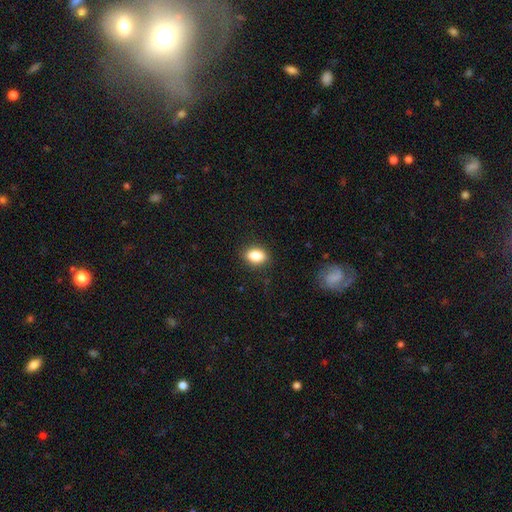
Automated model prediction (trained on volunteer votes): Smooth or featured: smooth — 84% (star or artifact — 9%)
How rounded: in between — 81% (round — 16%)
Merging: none — 87% (minor disturbance — 9%)